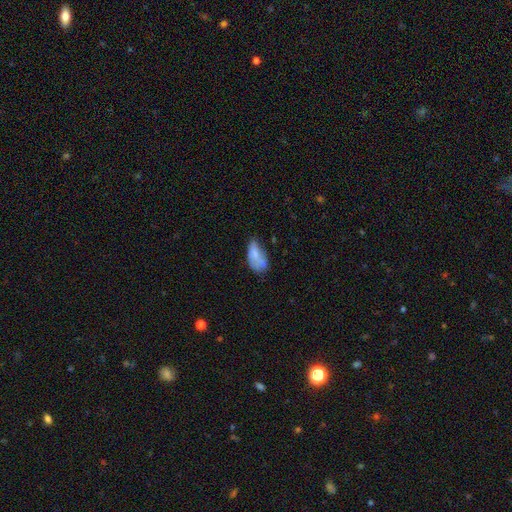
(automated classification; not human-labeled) smooth 69%, featured or disk 22%, star or artifact 8%. Down the decision tree: how rounded — in between (91%); merging — minor disturbance (37%).